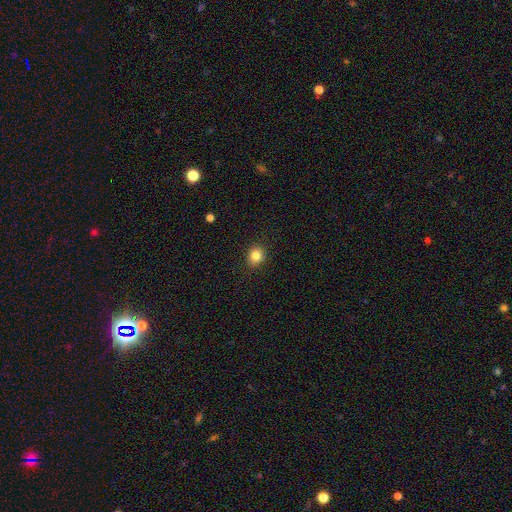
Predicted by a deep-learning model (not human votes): Smooth or featured?
  - smooth: 84% *
  - star or artifact: 11%
  - featured or disk: 5%
How rounded?
  - round: 78% *
  - in between: 21%
  - cigar-shaped: 1%
Merging?
  - none: 90% *
  - minor disturbance: 7%
  - major disturbance: 2%
  - merger: 1%